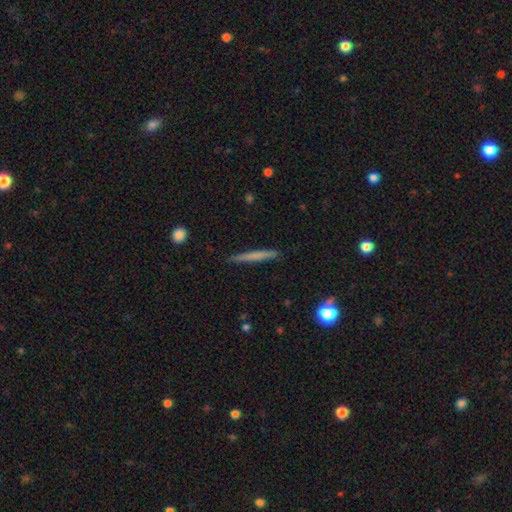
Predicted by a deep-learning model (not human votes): Smooth or featured? smooth (57%)
How rounded? cigar-shaped (96%)
Merging? none (88%)